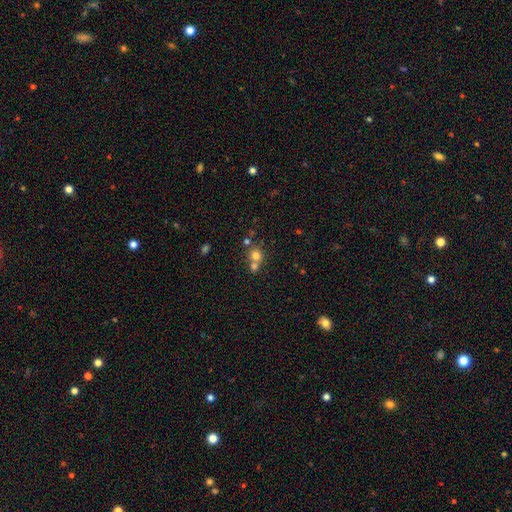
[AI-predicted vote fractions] Smooth or featured? Predicted: smooth (p=0.73). How rounded? Predicted: round (p=0.85). Merging? Predicted: merger (p=0.48).